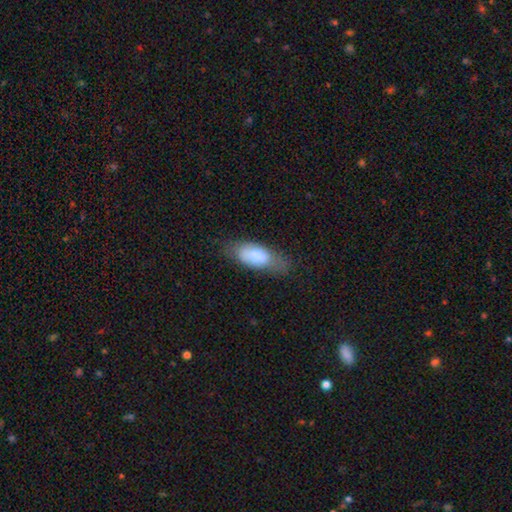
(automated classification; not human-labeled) smooth-or-featured: smooth: 77% | featured or disk: 16% | star or artifact: 7%
  how-rounded: in between: 84% | cigar-shaped: 14% | round: 3%
  merging: none: 60% | minor disturbance: 27% | major disturbance: 11% | merger: 2%